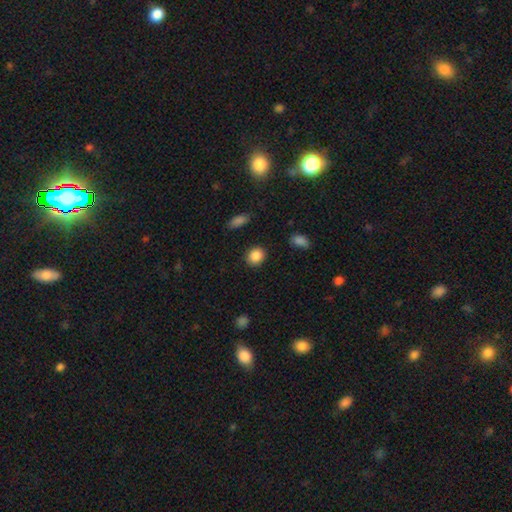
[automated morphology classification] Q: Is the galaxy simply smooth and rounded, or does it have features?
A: smooth — 88%.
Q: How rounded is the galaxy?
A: round — 65%.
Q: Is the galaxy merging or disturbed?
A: none — 88%.